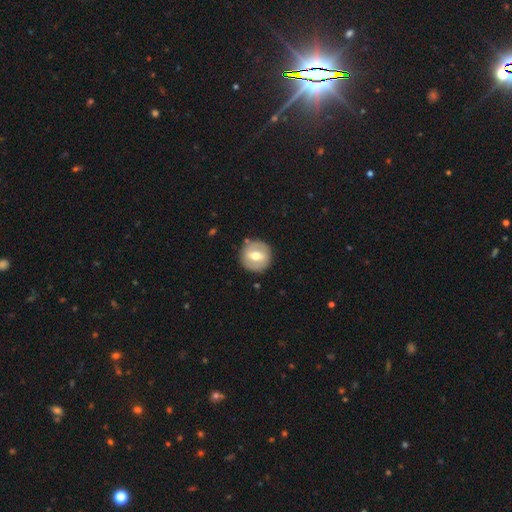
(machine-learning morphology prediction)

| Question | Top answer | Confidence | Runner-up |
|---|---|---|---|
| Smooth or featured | smooth | 49% | featured or disk (44%) |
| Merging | none | 87% | minor disturbance (8%) |